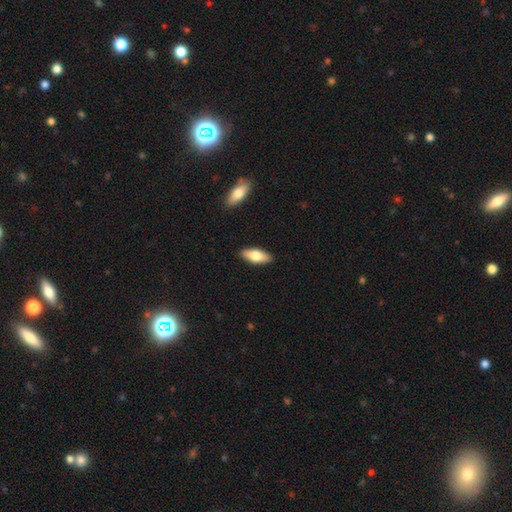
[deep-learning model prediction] A smooth galaxy with no disk features (70%) that is in between round and cigar-shaped (75%). Merging: none (89%).